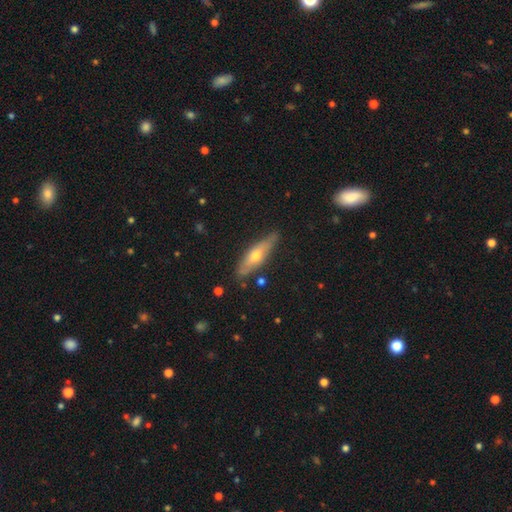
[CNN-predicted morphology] This appears to be a featured or disk galaxy (49%). Merging: none (80%).